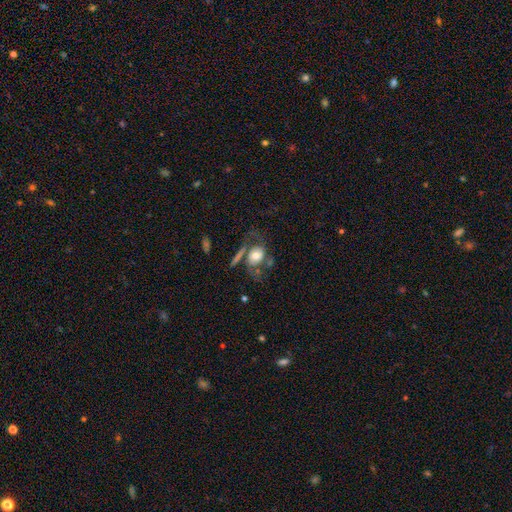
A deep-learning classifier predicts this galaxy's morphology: A featured or disk galaxy (55%) with no bar (78%), spiral arms (66%) and a moderate central bulge (59%). Merging: none (37%).